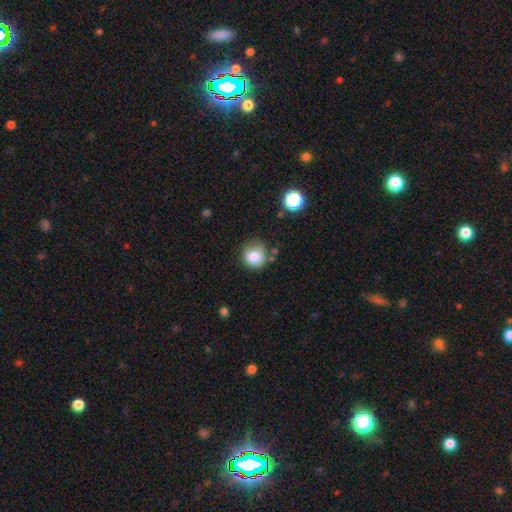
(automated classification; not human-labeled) The model was most divided on "merging": none: 71%, minor disturbance: 19%, merger: 5%, major disturbance: 5%. More confident: how rounded — round (87%); smooth or featured — smooth (79%).